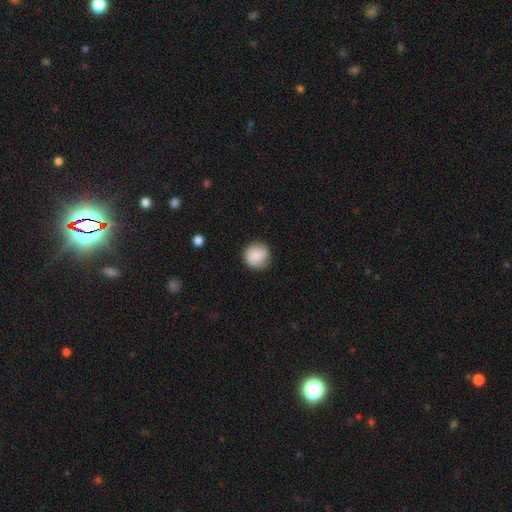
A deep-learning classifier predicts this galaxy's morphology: This appears to be a smooth galaxy with no disk features (82%) that is round (92%). Merging: none (77%).